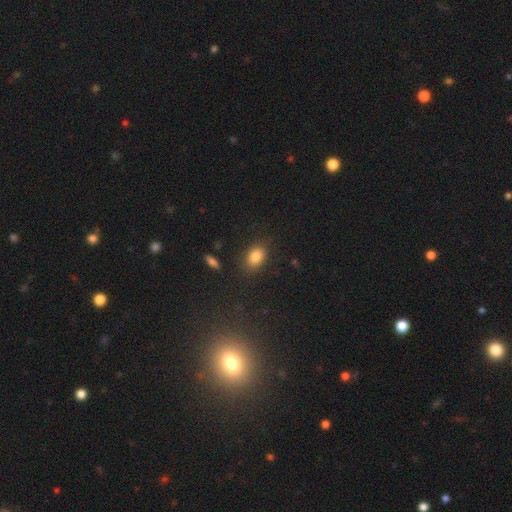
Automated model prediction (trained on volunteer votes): This appears to be a smooth galaxy with no disk features (85%) that is in between round and cigar-shaped (82%). Merging: none (84%).